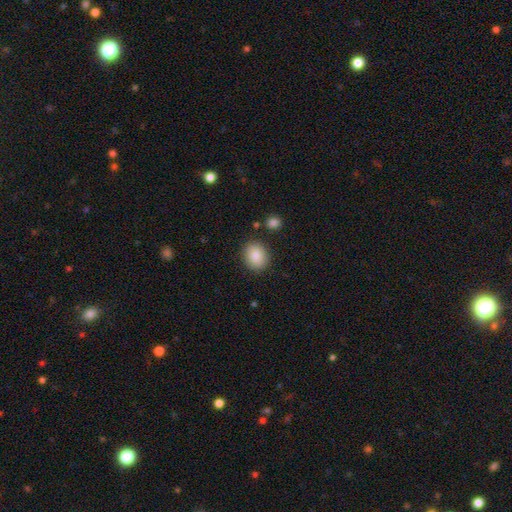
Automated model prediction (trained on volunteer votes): smooth_or_featured: smooth (p=0.87) [alt: star or artifact p=0.08]
how_rounded: round (p=0.58) [alt: in between p=0.42]
merging: none (p=0.86) [alt: minor disturbance p=0.09]